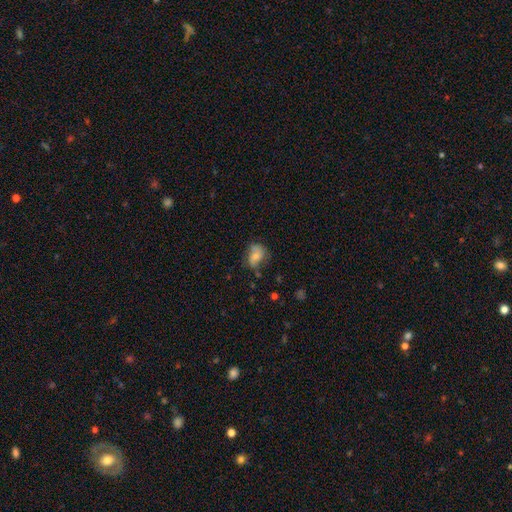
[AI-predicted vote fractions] Smooth or featured? Predicted: smooth (p=0.61). How rounded? Predicted: in between (p=0.69). Merging? Predicted: none (p=0.53).